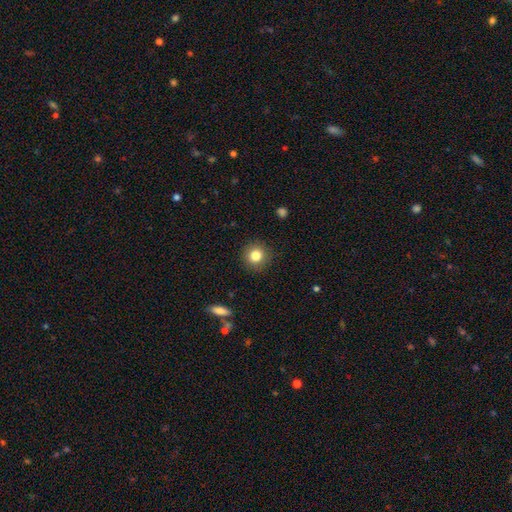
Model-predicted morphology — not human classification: Smooth or featured: smooth — 82% (star or artifact — 11%)
How rounded: round — 92% (in between — 7%)
Merging: none — 90% (minor disturbance — 7%)